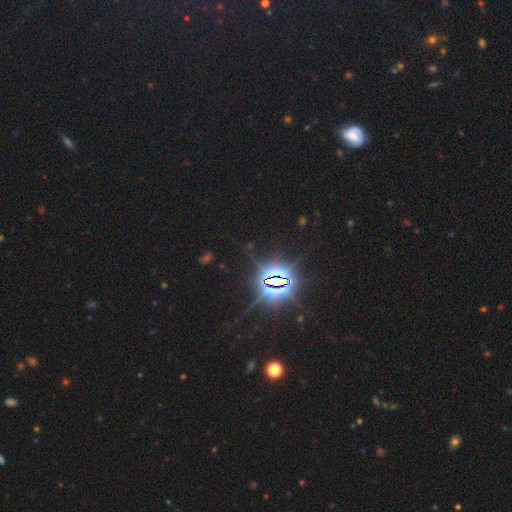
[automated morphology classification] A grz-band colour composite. It shows a star or artifact, not a galaxy (86%).